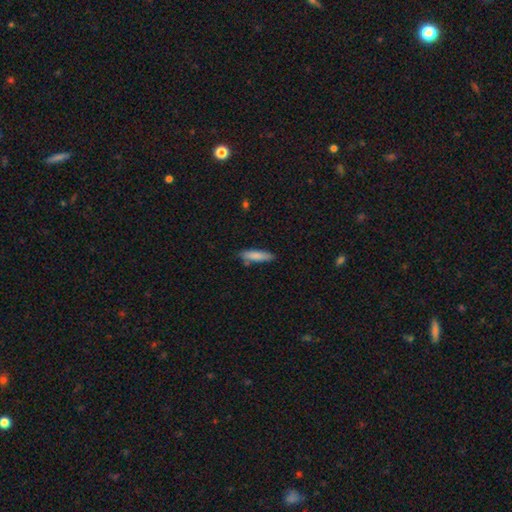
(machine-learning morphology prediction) Smooth or featured? Predicted: smooth (p=0.84). How rounded? Predicted: cigar-shaped (p=0.69). Merging? Predicted: none (p=0.75).